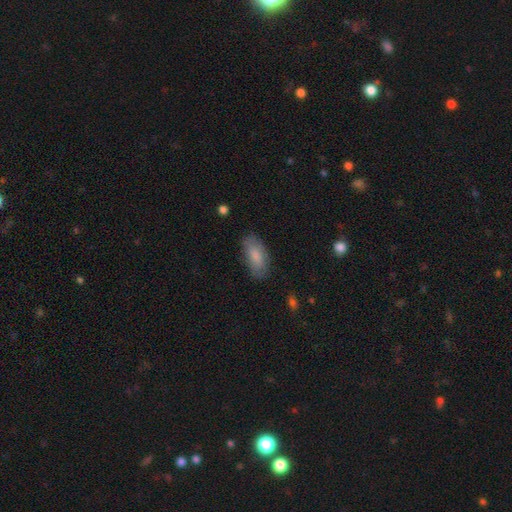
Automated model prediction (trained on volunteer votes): Smooth or featured? Predicted: smooth (p=0.81). How rounded? Predicted: in between (p=0.91). Merging? Predicted: none (p=0.78).